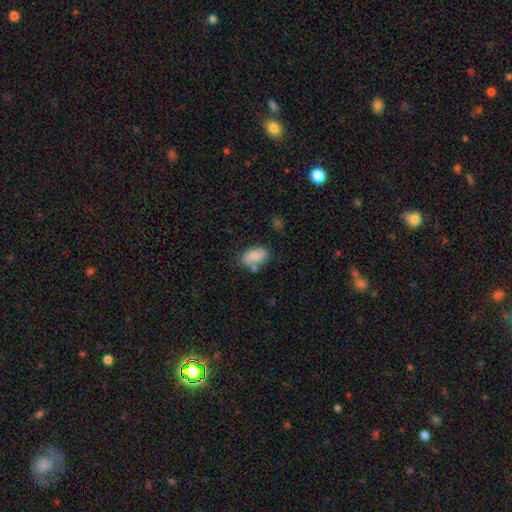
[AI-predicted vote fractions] smooth_or_featured: smooth (p=0.73) [alt: featured or disk p=0.19]
how_rounded: in between (p=0.91) [alt: round p=0.06]
merging: none (p=0.61) [alt: minor disturbance p=0.21]